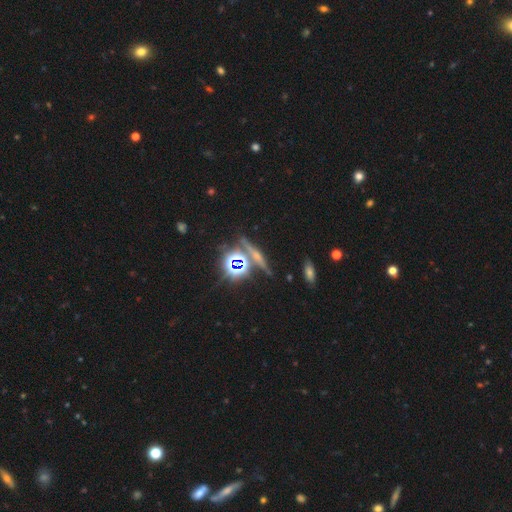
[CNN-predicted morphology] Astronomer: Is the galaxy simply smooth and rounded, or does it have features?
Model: star or artifact — 46% (runner-up: featured or disk, 28%).